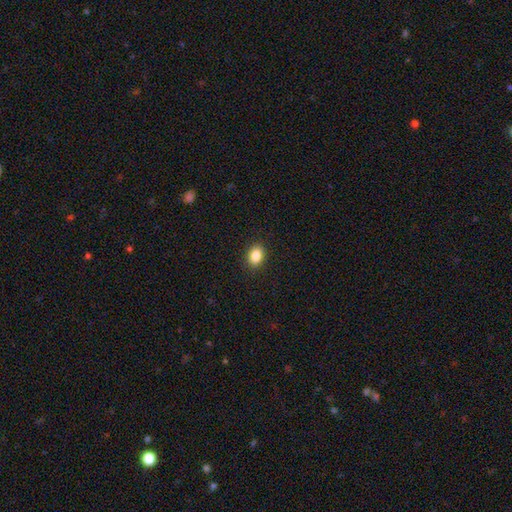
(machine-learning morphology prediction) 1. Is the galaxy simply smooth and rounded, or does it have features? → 87% smooth, 9% star or artifact, 5% featured or disk.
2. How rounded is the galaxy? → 75% in between, 24% round, 1% cigar-shaped.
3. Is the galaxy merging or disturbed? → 90% none, 7% minor disturbance, 2% major disturbance, 1% merger.